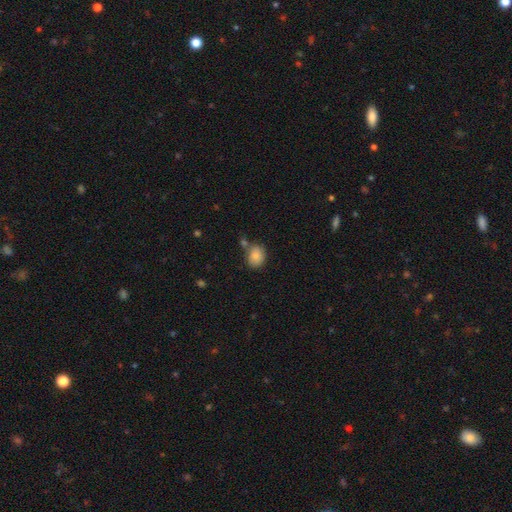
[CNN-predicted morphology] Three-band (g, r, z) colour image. It shows a smooth galaxy with no disk features (86%) that is round (50%). Merging: none (67%).